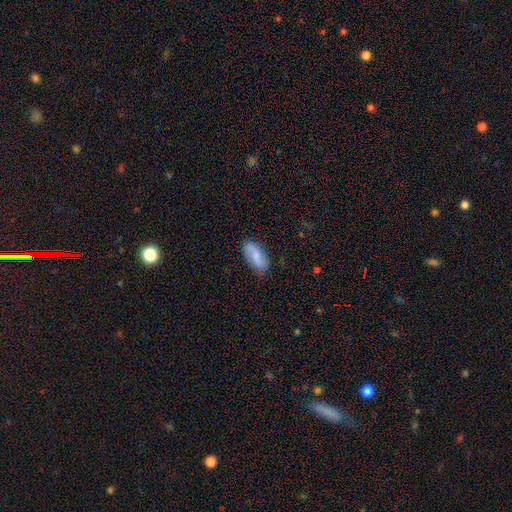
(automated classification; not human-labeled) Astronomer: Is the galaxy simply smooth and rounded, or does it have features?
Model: smooth — 55% (runner-up: featured or disk, 39%).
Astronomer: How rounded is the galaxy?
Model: in between — 86%.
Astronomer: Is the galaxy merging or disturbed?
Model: none — 81%.